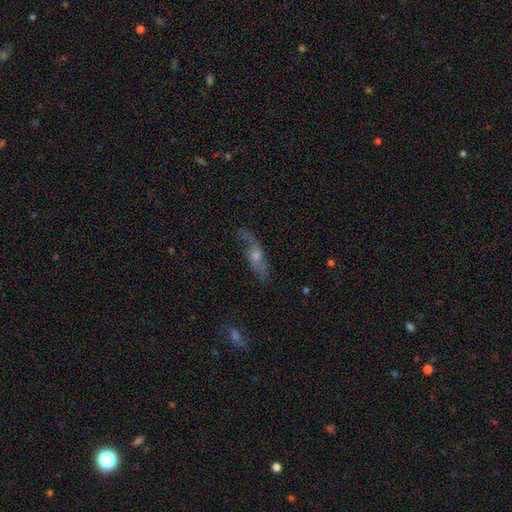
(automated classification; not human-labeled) smooth_or_featured: featured or disk (p=0.65) [alt: smooth p=0.25]
disk_edge_on: no (p=0.63) [alt: yes p=0.37]
merging: none (p=0.65) [alt: minor disturbance p=0.21]